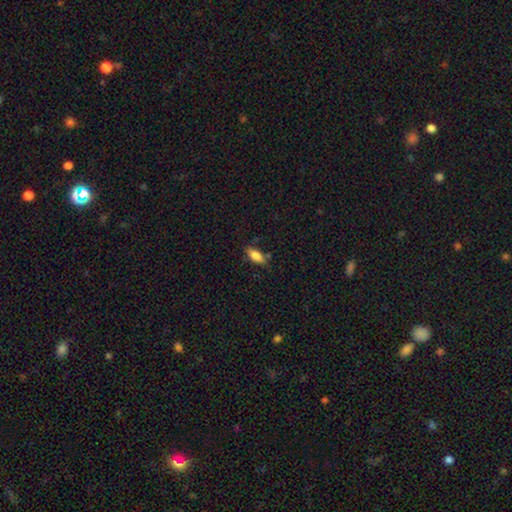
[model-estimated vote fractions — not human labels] Q: Smooth or featured?
A: smooth (80%); runner-up: featured or disk (12%)
Q: How rounded?
A: in between (82%); runner-up: cigar-shaped (16%)
Q: Merging?
A: none (71%); runner-up: minor disturbance (21%)